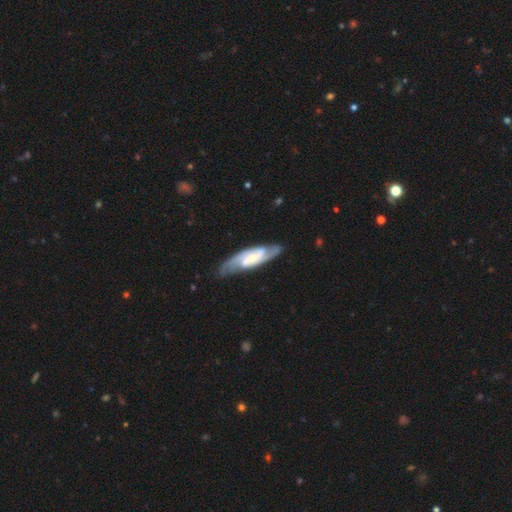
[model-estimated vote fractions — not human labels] Smooth or featured: featured or disk — 83% (smooth — 12%)
Edge-on disk: no — 84% (yes — 16%)
Bar: weak — 41% (no — 37%)
Spiral arms: yes — 96% (no — 4%)
Spiral winding: medium — 46% (tight — 40%)
Spiral arm count: 2 — 75% (can't tell — 12%)
Bulge size: small — 43% (moderate — 35%)
Merging: none — 79% (minor disturbance — 15%)